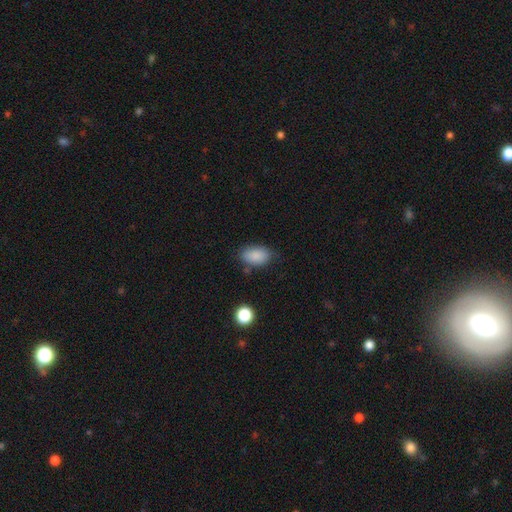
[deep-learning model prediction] smooth_or_featured: smooth (p=0.87) [alt: star or artifact p=0.08]
how_rounded: in between (p=0.90) [alt: round p=0.09]
merging: none (p=0.74) [alt: minor disturbance p=0.18]